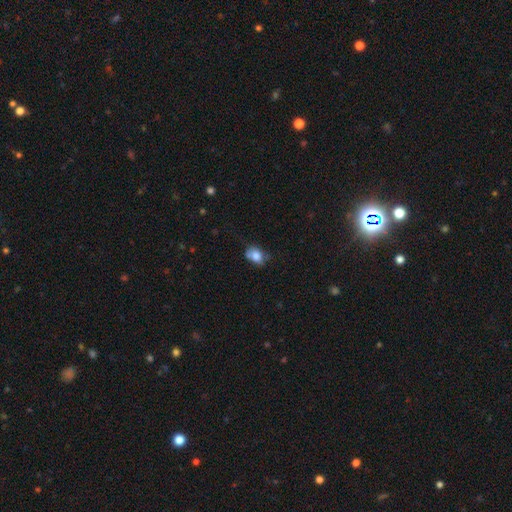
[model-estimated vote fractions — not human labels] smooth 75%, featured or disk 15%, star or artifact 9%. Down the decision tree: how rounded — in between (67%); merging — none (50%).